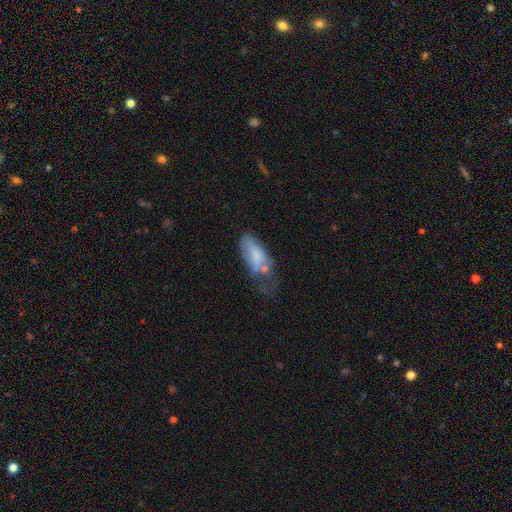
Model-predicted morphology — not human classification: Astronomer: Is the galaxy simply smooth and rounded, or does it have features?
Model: smooth — 67%.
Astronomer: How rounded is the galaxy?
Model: in between — 81%.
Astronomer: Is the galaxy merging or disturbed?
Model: major disturbance — 34% (runner-up: minor disturbance, 27%).